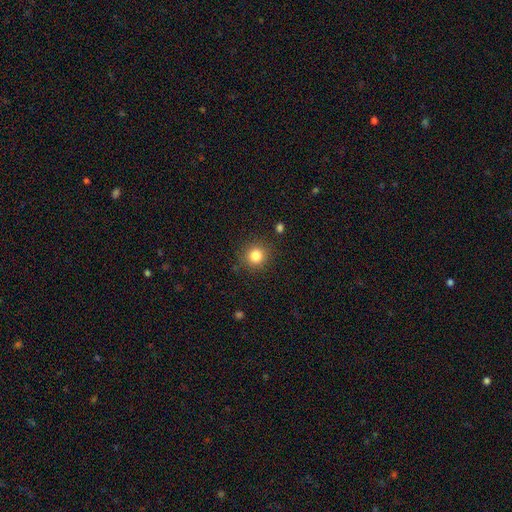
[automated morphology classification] This appears to be a smooth galaxy with no disk features (83%) that is round (91%). Merging: none (87%).